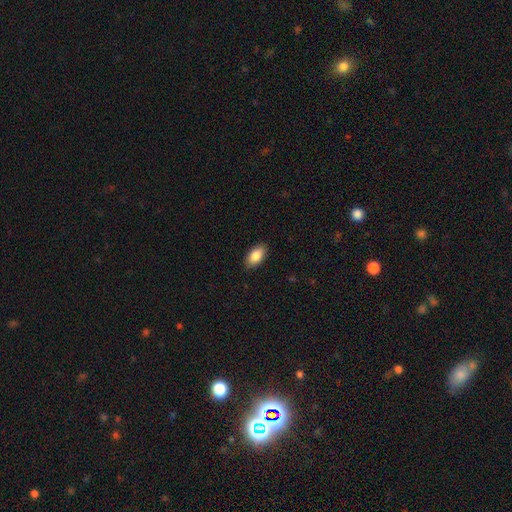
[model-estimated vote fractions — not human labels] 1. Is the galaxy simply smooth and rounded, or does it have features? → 86% smooth, 7% featured or disk, 7% star or artifact.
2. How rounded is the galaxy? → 94% in between, 3% round, 3% cigar-shaped.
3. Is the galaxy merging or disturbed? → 88% none, 9% minor disturbance, 2% major disturbance, 1% merger.